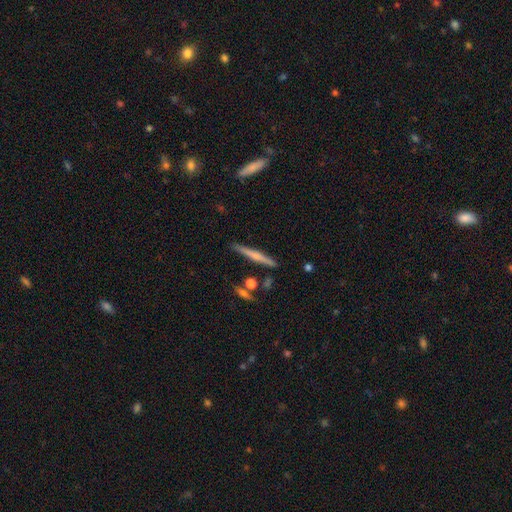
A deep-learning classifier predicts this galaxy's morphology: type=featured or disk (51%); edge-on=yes (97%); merging=none (85%).